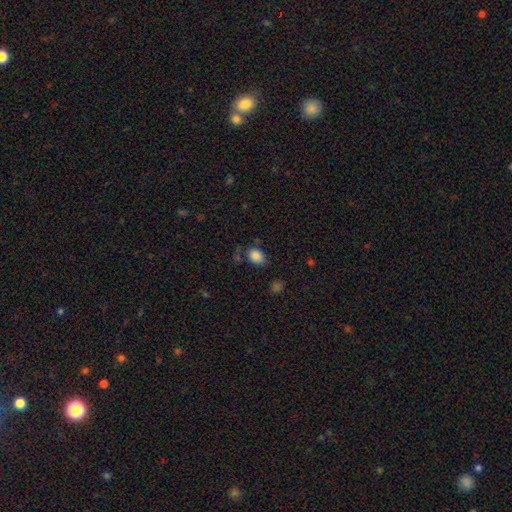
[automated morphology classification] Q: Smooth or featured?
A: smooth (85%); runner-up: star or artifact (11%)
Q: How rounded?
A: in between (66%); runner-up: round (33%)
Q: Merging?
A: none (70%); runner-up: minor disturbance (19%)